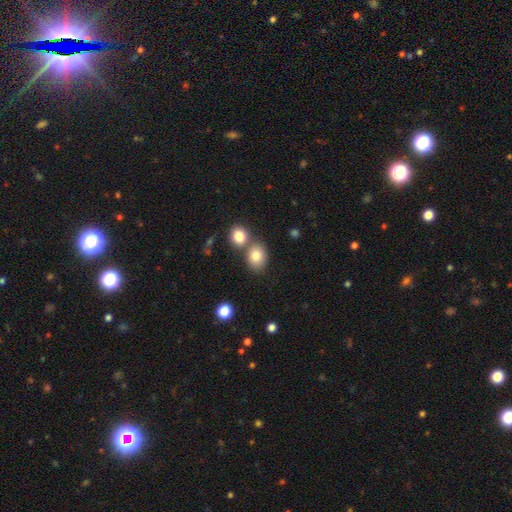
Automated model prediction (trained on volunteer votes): A smooth galaxy with no disk features (80%) that is in between round and cigar-shaped (50%).

Vote fractions:
- Smooth or featured? smooth: 80% / star or artifact: 10% / featured or disk: 10%
- How rounded? in between: 50% / round: 49% / cigar-shaped: 1%
- Merging? none: 55% / merger: 33% / minor disturbance: 10% / major disturbance: 3%